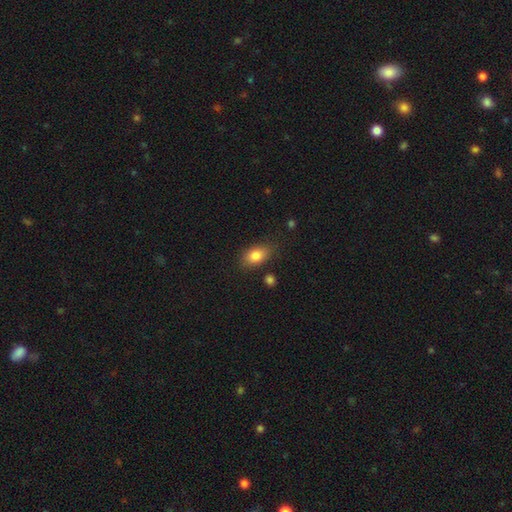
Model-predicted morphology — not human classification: A smooth galaxy with no disk features (82%) that is in between round and cigar-shaped (82%).

Vote fractions:
- Smooth or featured? smooth: 82% / featured or disk: 9% / star or artifact: 9%
- How rounded? in between: 82% / round: 15% / cigar-shaped: 3%
- Merging? none: 79% / minor disturbance: 14% / major disturbance: 4% / merger: 3%